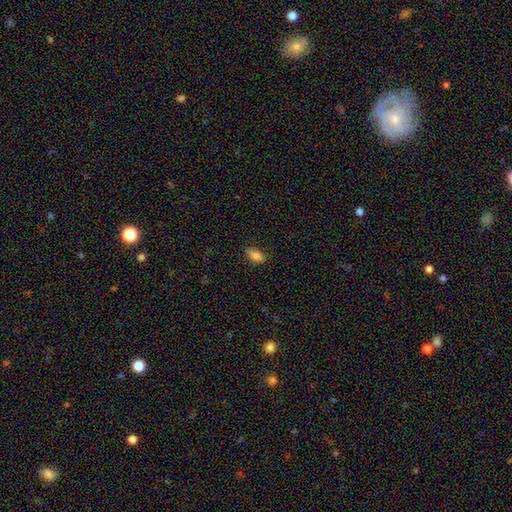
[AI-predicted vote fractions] This appears to be a smooth galaxy with no disk features (83%) that is in between round and cigar-shaped (89%). Merging: none (79%).